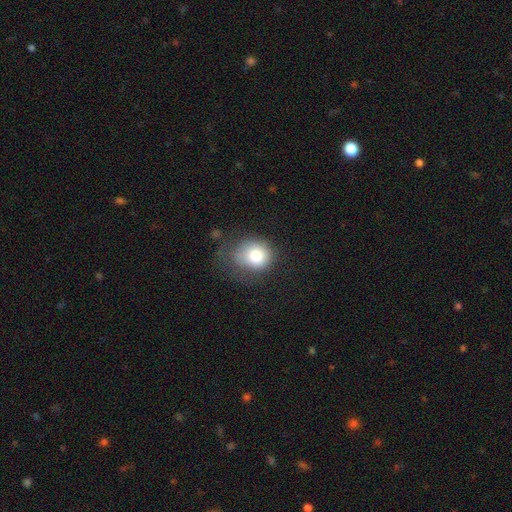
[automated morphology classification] This appears to be a smooth galaxy with no disk features (82%) that is round (73%). Merging: none (51%).